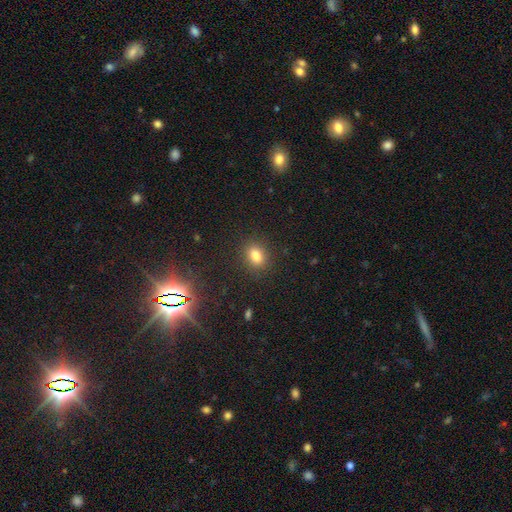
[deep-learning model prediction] This appears to be a smooth galaxy with no disk features (80%) that is in between round and cigar-shaped (62%). Merging: none (87%).